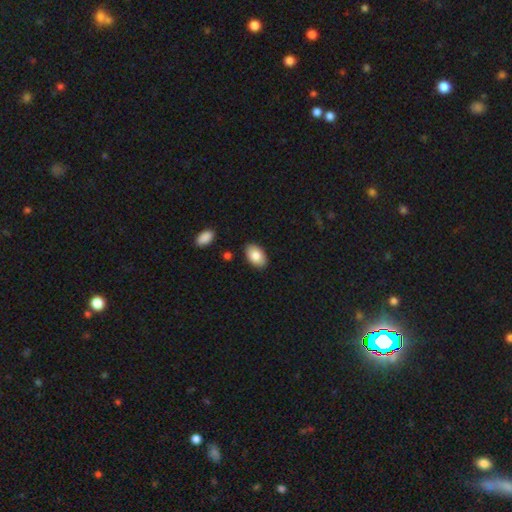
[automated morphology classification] smooth-or-featured: smooth: 84% | featured or disk: 9% | star or artifact: 7%
  how-rounded: in between: 93% | round: 6% | cigar-shaped: 1%
  merging: none: 86% | minor disturbance: 10% | merger: 2% | major disturbance: 2%